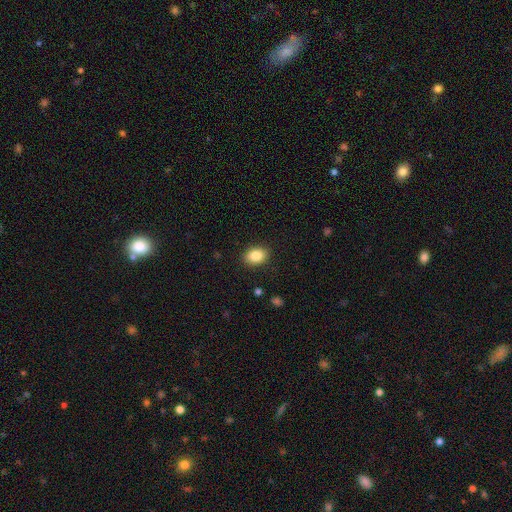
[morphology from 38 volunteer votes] type=smooth (82%); roundness=in between (68%); merging=none (97%).